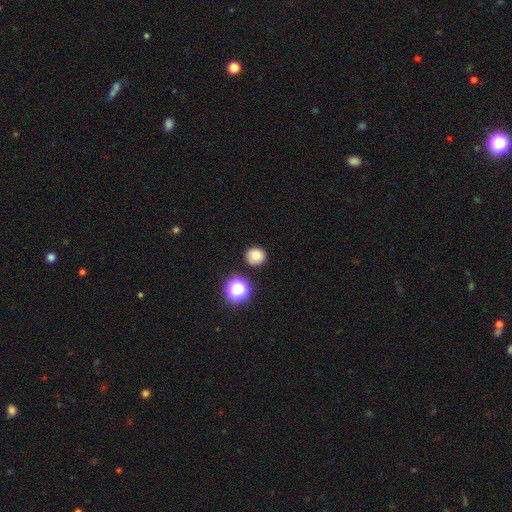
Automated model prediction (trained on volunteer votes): A smooth galaxy with no disk features (80%) that is round (86%). Merging: none (84%).